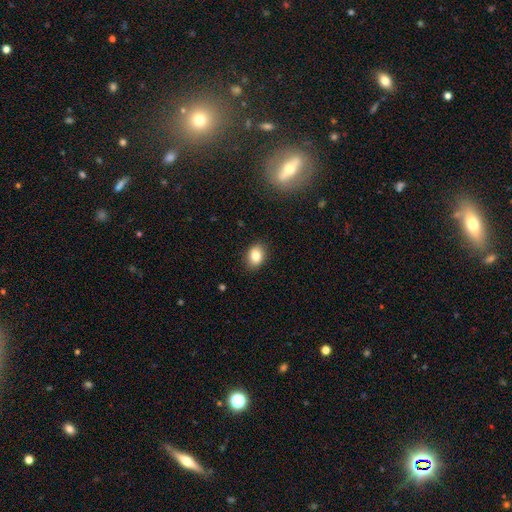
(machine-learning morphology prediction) This appears to be a smooth galaxy with no disk features (83%) that is in between round and cigar-shaped (65%). Merging: none (87%).